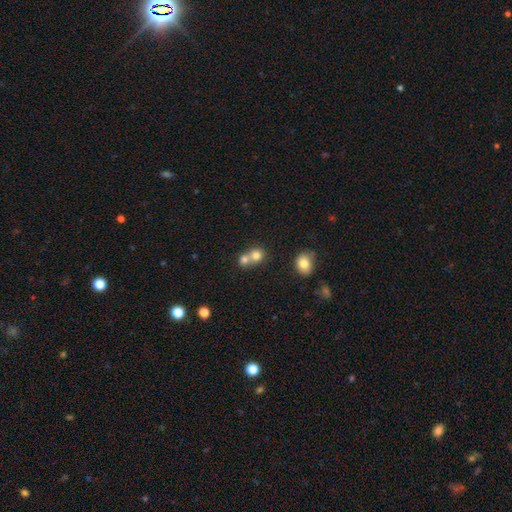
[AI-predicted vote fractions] smooth_or_featured: smooth (p=0.77) [alt: star or artifact p=0.11]
how_rounded: round (p=0.81) [alt: in between p=0.18]
merging: merger (p=0.60) [alt: none p=0.33]